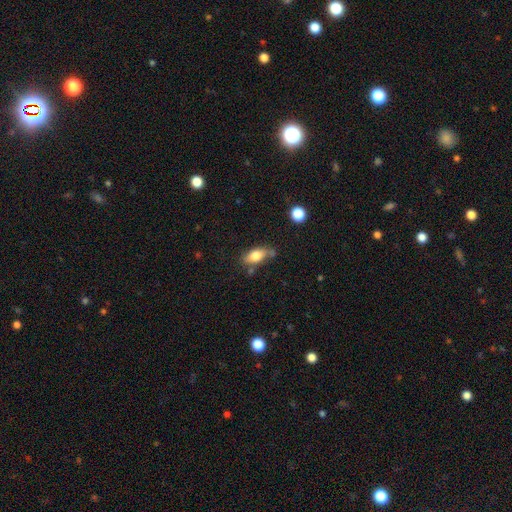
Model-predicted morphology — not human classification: A smooth galaxy with no disk features (75%) that is in between round and cigar-shaped (83%). Merging: none (63%).